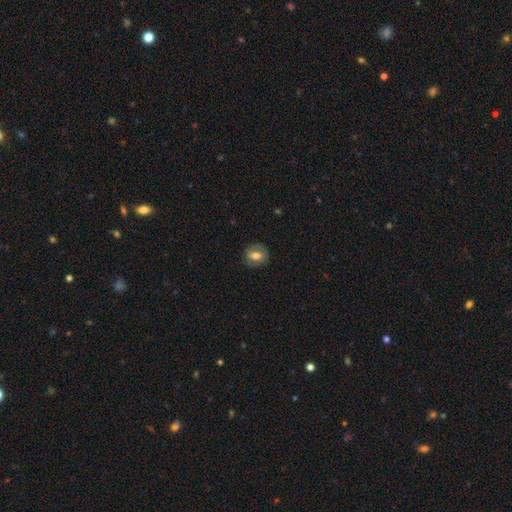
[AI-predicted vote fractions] Smooth or featured? smooth (57%)
How rounded? round (61%)
Merging? none (83%)